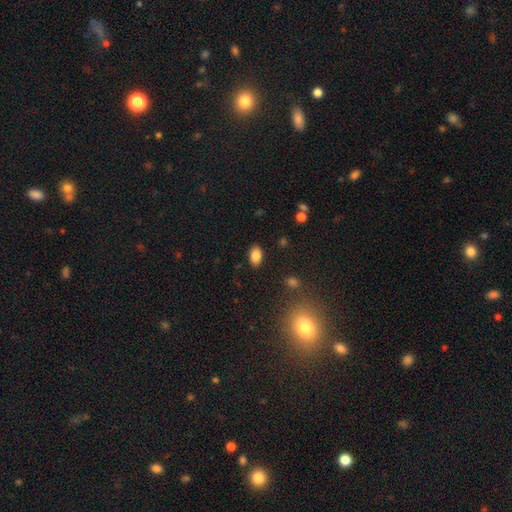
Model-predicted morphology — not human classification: smooth-or-featured: smooth: 85% | star or artifact: 9% | featured or disk: 6%
  how-rounded: in between: 88% | round: 10% | cigar-shaped: 1%
  merging: none: 87% | minor disturbance: 9% | major disturbance: 2% | merger: 1%